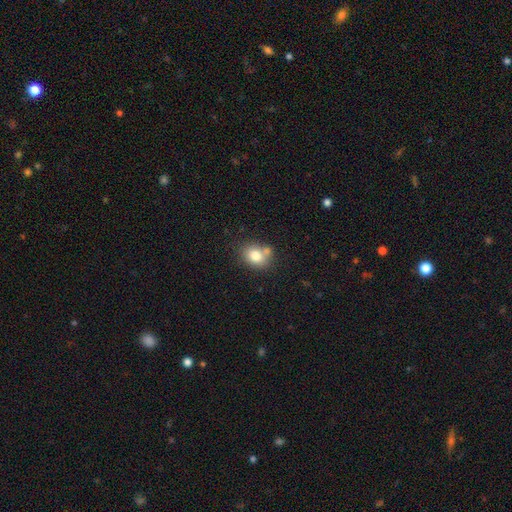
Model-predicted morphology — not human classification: Smooth or featured? Predicted: smooth (p=0.78). How rounded? Predicted: in between (p=0.53). Merging? Predicted: none (p=0.57).